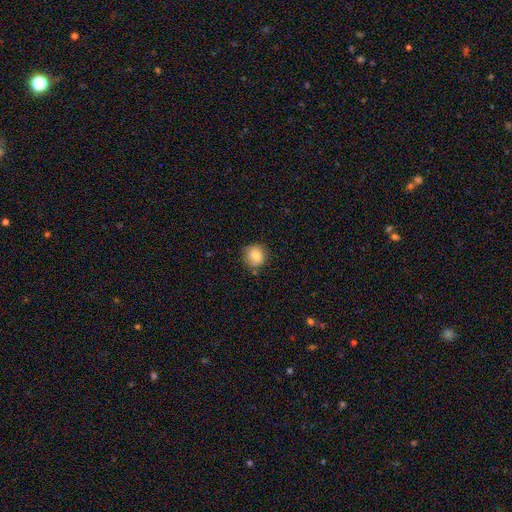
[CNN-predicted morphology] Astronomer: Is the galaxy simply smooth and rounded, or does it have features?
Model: smooth — 80%.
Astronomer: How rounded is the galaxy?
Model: round — 89%.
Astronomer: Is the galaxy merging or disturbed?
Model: none — 78%.